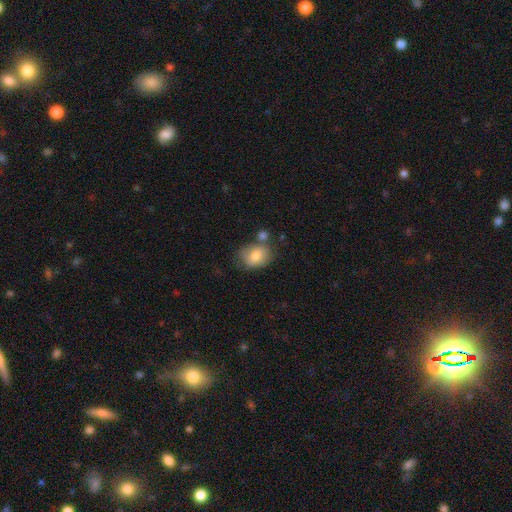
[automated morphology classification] smooth 77%, featured or disk 15%, star or artifact 8%. Down the decision tree: how rounded — in between (69%); merging — none (55%).